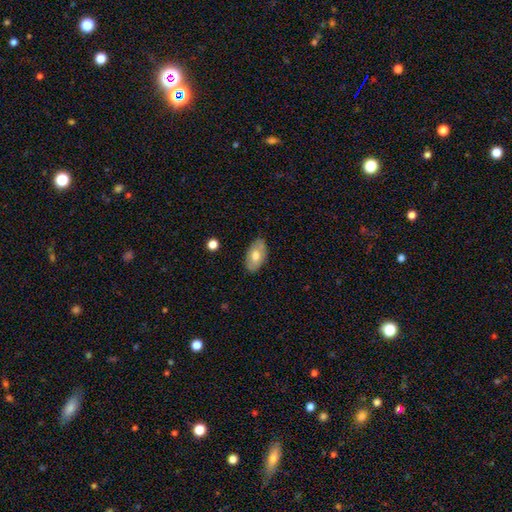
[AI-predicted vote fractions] Smooth or featured? Predicted: smooth (p=0.66). How rounded? Predicted: in between (p=0.93). Merging? Predicted: none (p=0.78).